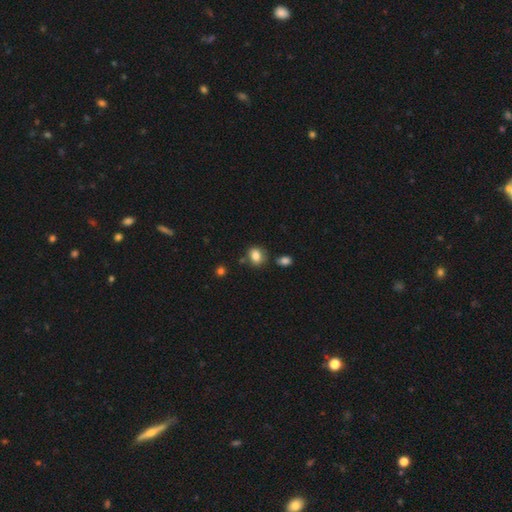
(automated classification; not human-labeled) This is clearly a smooth galaxy (83%). How rounded: possibly round (55%). Merging: likely none (73%).